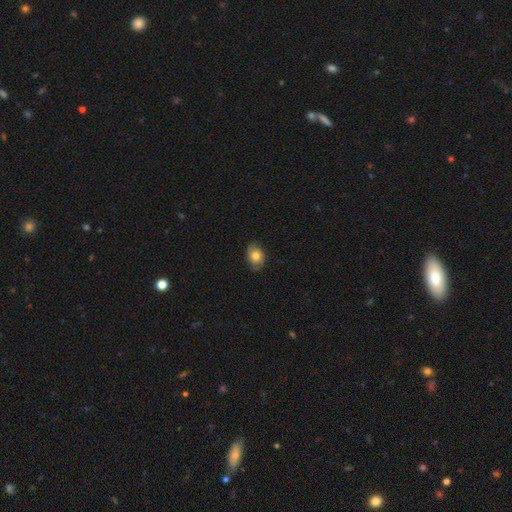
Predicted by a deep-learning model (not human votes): Overall: smooth (66%; featured or disk 26%). How rounded: in between (70%). Merging: none (77%).